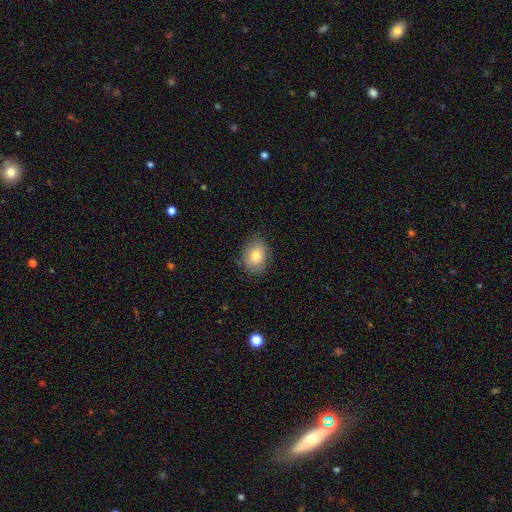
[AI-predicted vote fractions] Q: Smooth or featured?
A: smooth (70%); runner-up: featured or disk (22%)
Q: How rounded?
A: in between (60%); runner-up: round (39%)
Q: Merging?
A: none (75%); runner-up: minor disturbance (19%)